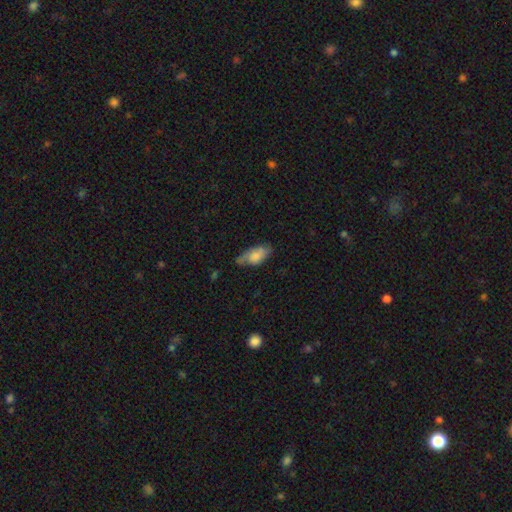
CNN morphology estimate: smooth-or-featured: smooth: 66% | featured or disk: 27% | star or artifact: 7%
  how-rounded: in between: 86% | cigar-shaped: 11% | round: 3%
  merging: none: 55% | minor disturbance: 33% | major disturbance: 9% | merger: 2%